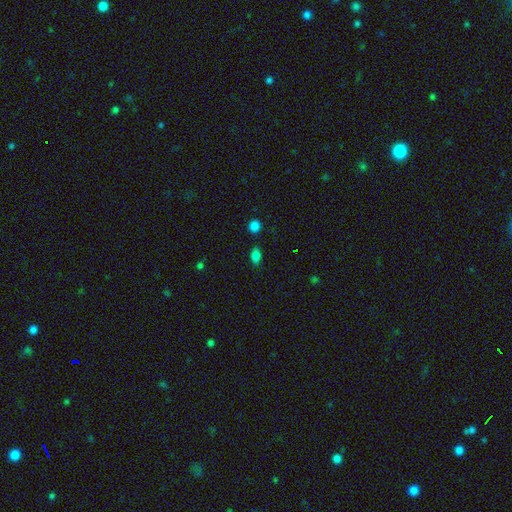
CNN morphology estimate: Overall: smooth (82%). How rounded: in between (83%). Merging: none (82%).